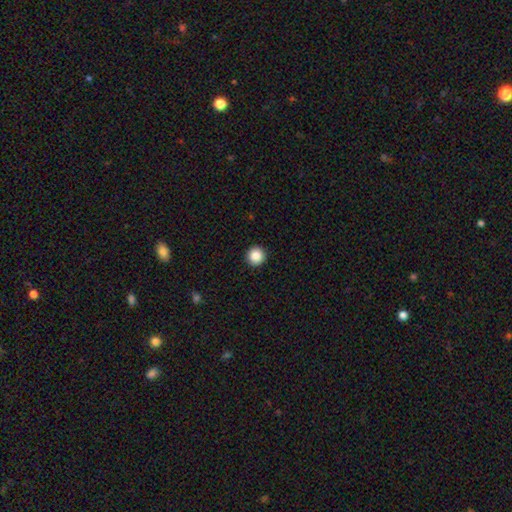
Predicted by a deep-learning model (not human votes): This appears to be a smooth galaxy with no disk features (87%) that is round (96%). Merging: none (94%).